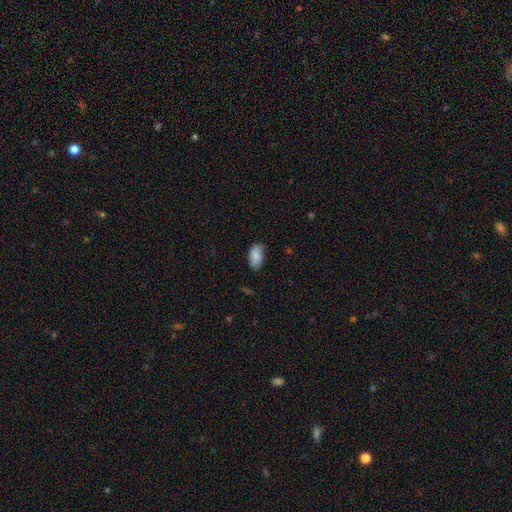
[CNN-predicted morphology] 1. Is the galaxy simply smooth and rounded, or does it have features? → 86% smooth, 7% featured or disk, 7% star or artifact.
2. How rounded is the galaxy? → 94% in between, 3% round, 2% cigar-shaped.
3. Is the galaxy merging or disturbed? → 73% none, 22% minor disturbance, 4% major disturbance, 1% merger.